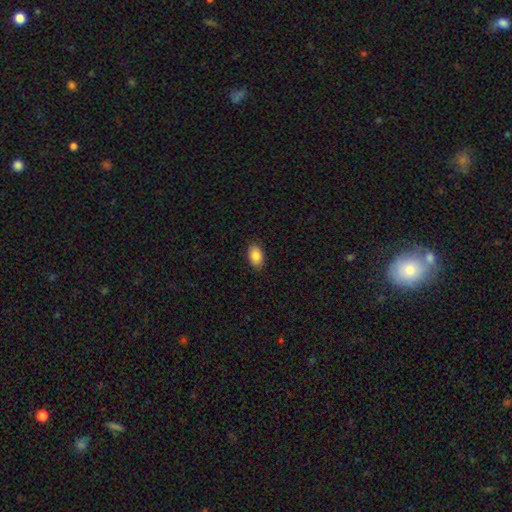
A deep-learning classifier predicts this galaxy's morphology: smooth 86%, star or artifact 7%, featured or disk 6%. Down the decision tree: how rounded — in between (91%); merging — none (88%).